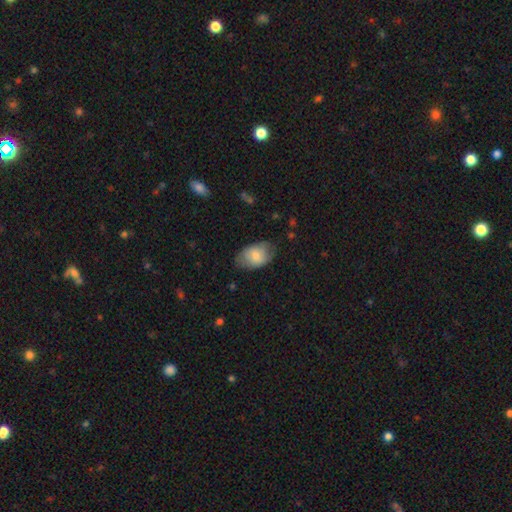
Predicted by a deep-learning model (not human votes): smooth-or-featured: smooth: 73% | featured or disk: 20% | star or artifact: 6%
  how-rounded: in between: 89% | round: 10% | cigar-shaped: 1%
  merging: none: 66% | minor disturbance: 26% | major disturbance: 7% | merger: 1%